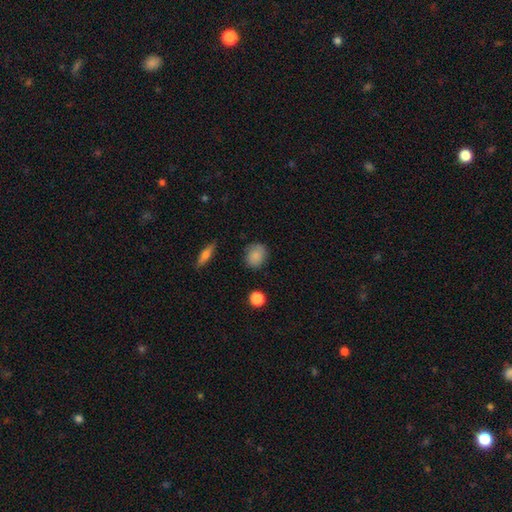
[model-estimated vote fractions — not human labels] Q: Smooth or featured?
A: smooth (86%); runner-up: star or artifact (8%)
Q: How rounded?
A: round (60%); runner-up: in between (38%)
Q: Merging?
A: none (81%); runner-up: minor disturbance (14%)